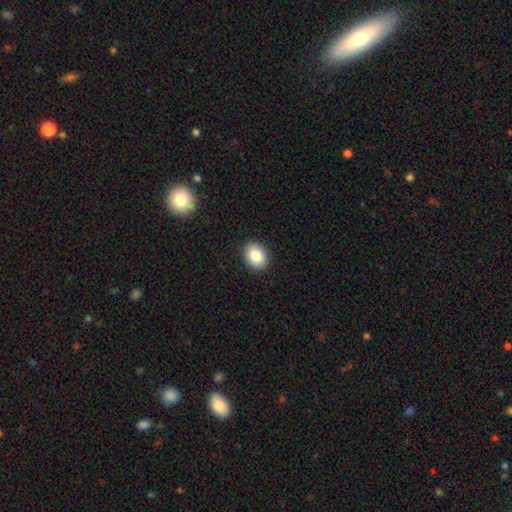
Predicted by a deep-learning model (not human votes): Smooth or featured: smooth — 85% (star or artifact — 8%)
How rounded: in between — 59% (round — 41%)
Merging: none — 91% (minor disturbance — 7%)